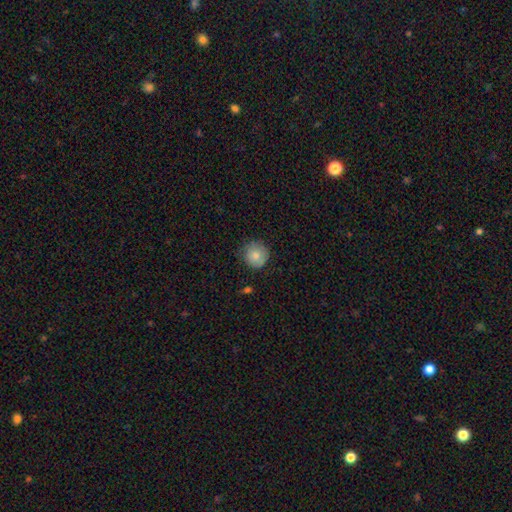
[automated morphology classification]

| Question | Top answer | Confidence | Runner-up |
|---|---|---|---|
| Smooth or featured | smooth | 82% | featured or disk (11%) |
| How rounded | round | 93% | in between (6%) |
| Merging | none | 75% | minor disturbance (20%) |